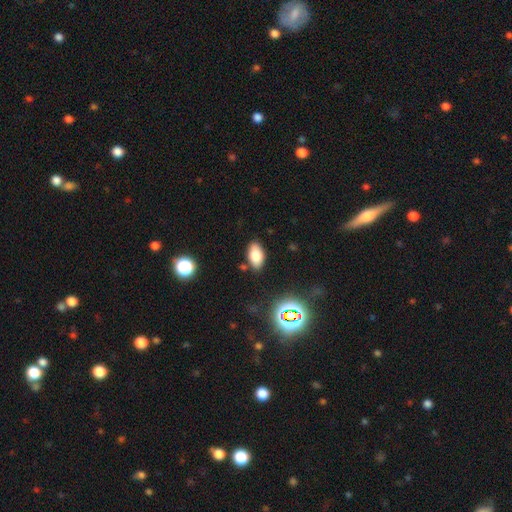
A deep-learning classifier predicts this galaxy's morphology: A smooth galaxy with no disk features (79%) that is in between round and cigar-shaped (93%). Merging: none (84%).